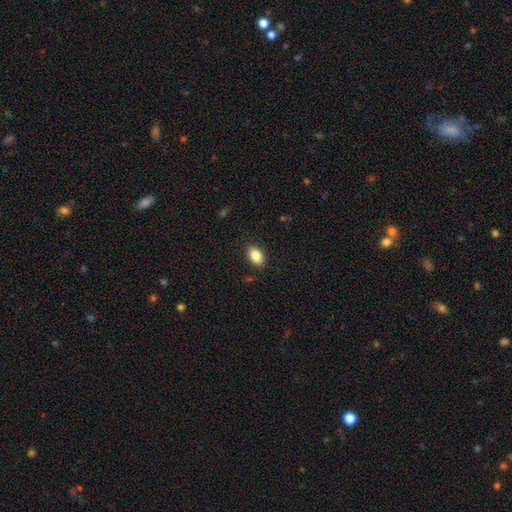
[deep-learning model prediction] The model was most divided on "merging": none: 87%, minor disturbance: 10%, major disturbance: 2%, merger: 1%. More confident: how rounded — in between (90%); smooth or featured — smooth (87%).